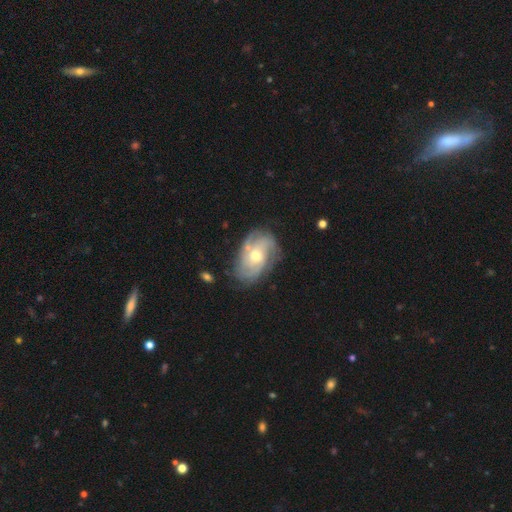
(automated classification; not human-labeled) Smooth or featured: featured or disk — 82% (smooth — 13%)
Edge-on disk: no — 96% (yes — 4%)
Bar: no — 69% (weak — 26%)
Spiral arms: yes — 94% (no — 6%)
Spiral winding: tight — 51% (medium — 36%)
Spiral arm count: 3 — 29% (can't tell — 27%)
Bulge size: moderate — 63% (small — 31%)
Merging: none — 69% (minor disturbance — 21%)